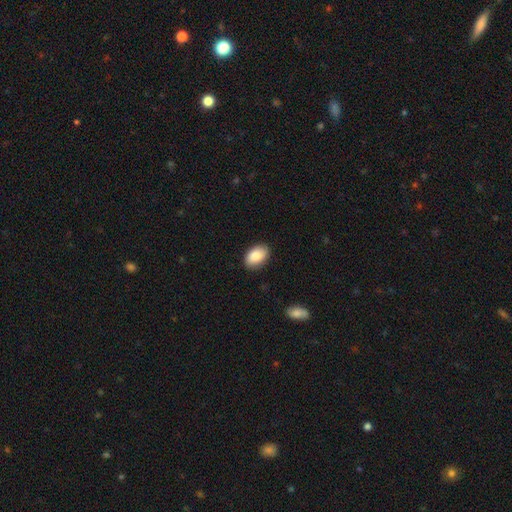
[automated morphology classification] Overall: smooth (89%). How rounded: in between (92%). Merging: none (87%).